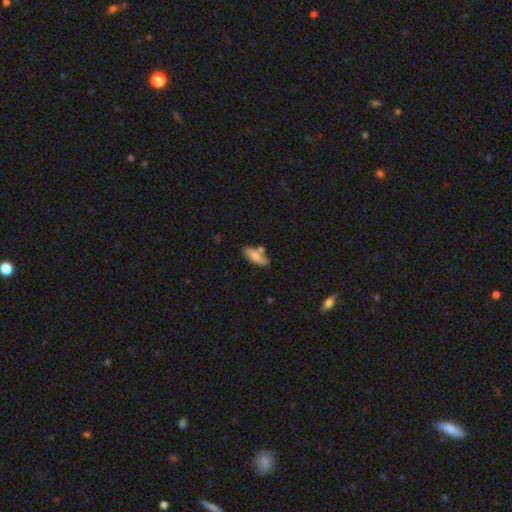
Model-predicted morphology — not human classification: Smooth or featured?
  - smooth: 68% *
  - featured or disk: 25%
  - star or artifact: 8%
How rounded?
  - in between: 63% *
  - cigar-shaped: 34%
  - round: 3%
Merging?
  - none: 54% *
  - minor disturbance: 20%
  - merger: 20%
  - major disturbance: 6%